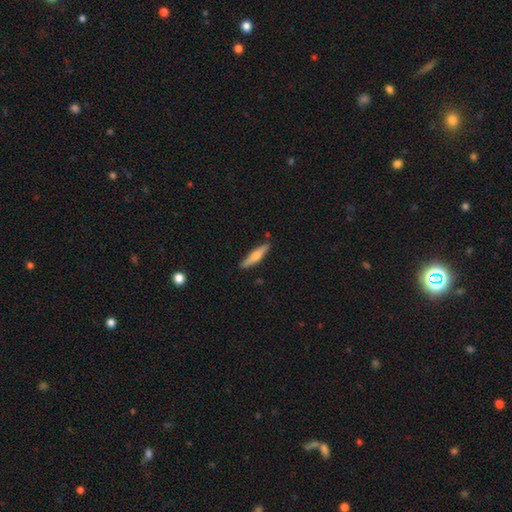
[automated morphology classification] Smooth or featured? smooth (57%)
How rounded? cigar-shaped (84%)
Merging? none (86%)